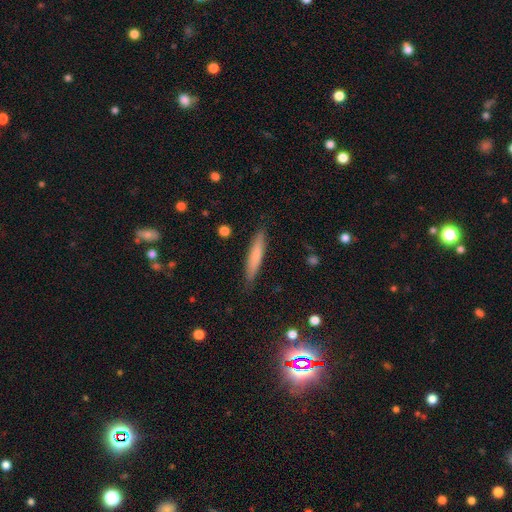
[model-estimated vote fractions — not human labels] Q: Smooth or featured?
A: smooth (70%); runner-up: featured or disk (24%)
Q: How rounded?
A: cigar-shaped (91%); runner-up: in between (8%)
Q: Merging?
A: none (87%); runner-up: minor disturbance (10%)